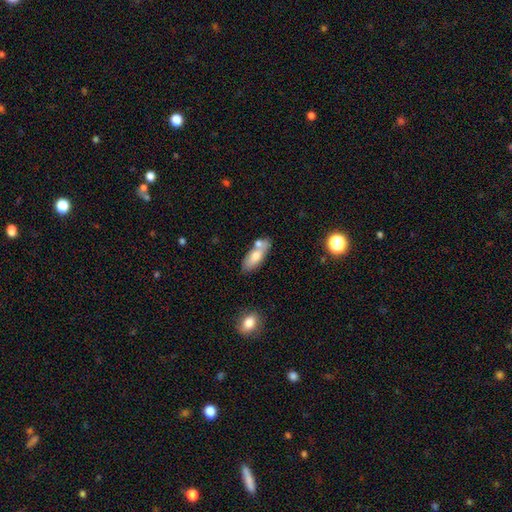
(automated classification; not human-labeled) A smooth galaxy with no disk features (68%) that is in between round and cigar-shaped (71%). Merging: none (55%).